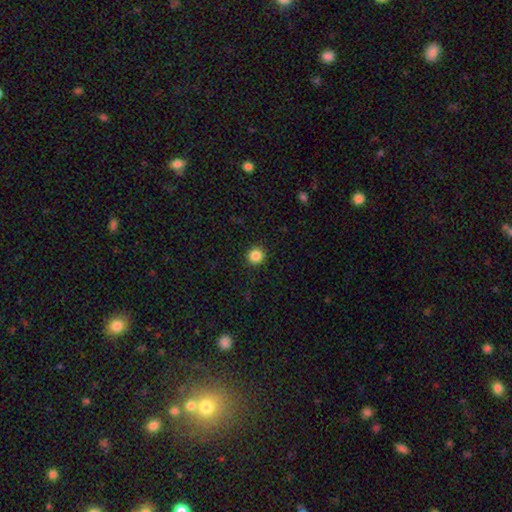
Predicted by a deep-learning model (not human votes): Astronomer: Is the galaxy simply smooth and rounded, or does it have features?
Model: smooth — 86%.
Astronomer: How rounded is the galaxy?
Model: round — 94%.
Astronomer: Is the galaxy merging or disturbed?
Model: none — 92%.